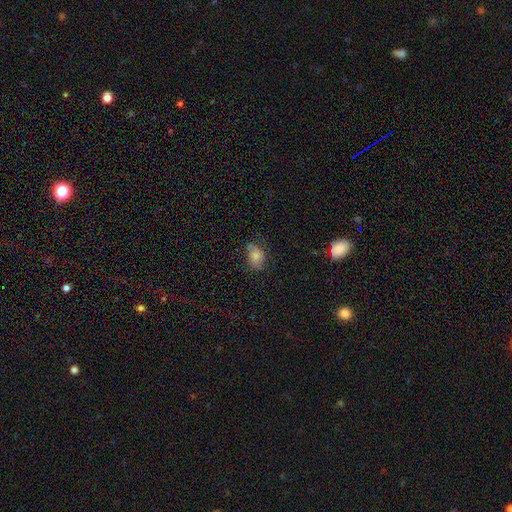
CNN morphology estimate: Smooth or featured? smooth (79%)
How rounded? in between (71%)
Merging? none (54%)